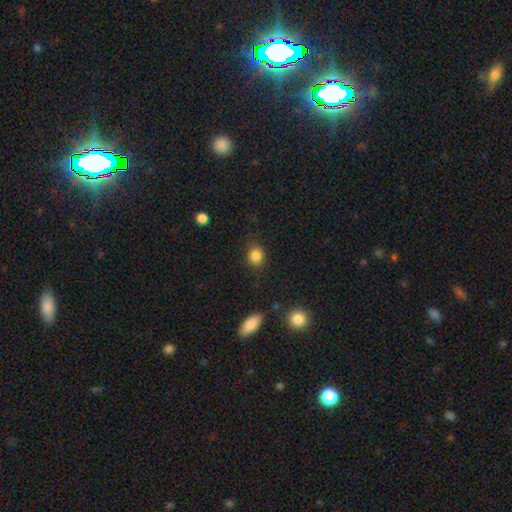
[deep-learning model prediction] This appears to be a smooth galaxy with no disk features (85%) that is round (70%). Merging: none (83%).